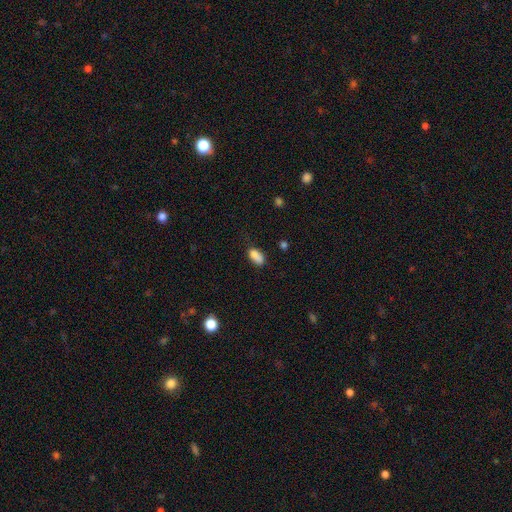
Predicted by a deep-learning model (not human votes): This is clearly a smooth galaxy (80%). How rounded: clearly in between (85%). Merging: possibly none (45%).